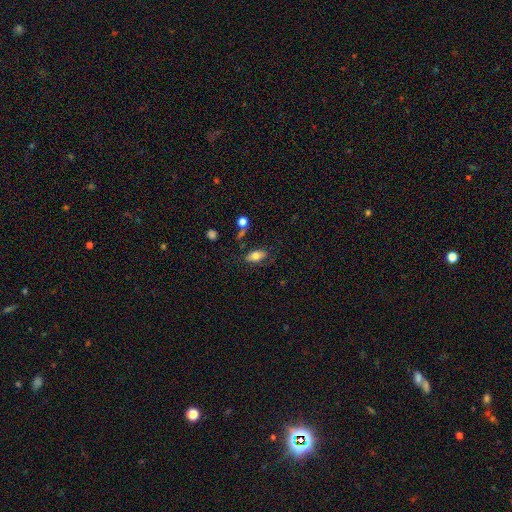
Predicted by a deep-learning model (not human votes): Morphology: type=smooth (73%); roundness=in between (90%); merging=none (67%).